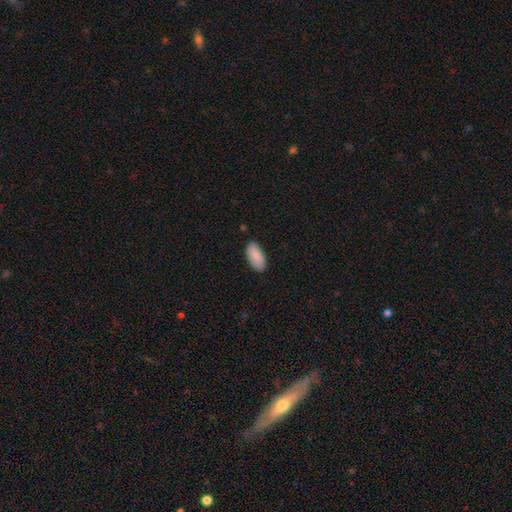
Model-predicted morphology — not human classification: A smooth galaxy with no disk features (87%) that is in between round and cigar-shaped (93%).

Vote fractions:
- Smooth or featured? smooth: 87% / featured or disk: 6% / star or artifact: 6%
- How rounded? in between: 93% / cigar-shaped: 5% / round: 2%
- Merging? none: 85% / minor disturbance: 12% / major disturbance: 2% / merger: 1%